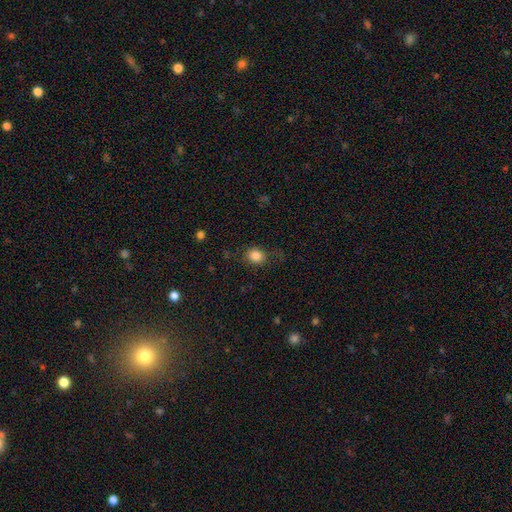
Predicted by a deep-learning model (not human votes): smooth 84%, star or artifact 10%, featured or disk 6%. Down the decision tree: how rounded — round (62%); merging — none (72%).